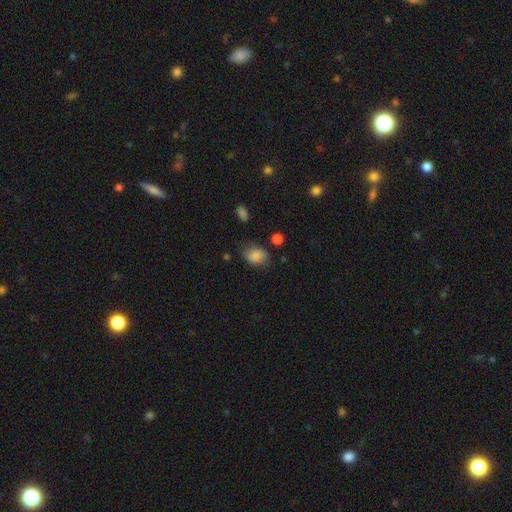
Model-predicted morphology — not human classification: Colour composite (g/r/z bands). It shows a smooth galaxy with no disk features (79%) that is in between round and cigar-shaped (68%). Merging: none (57%).